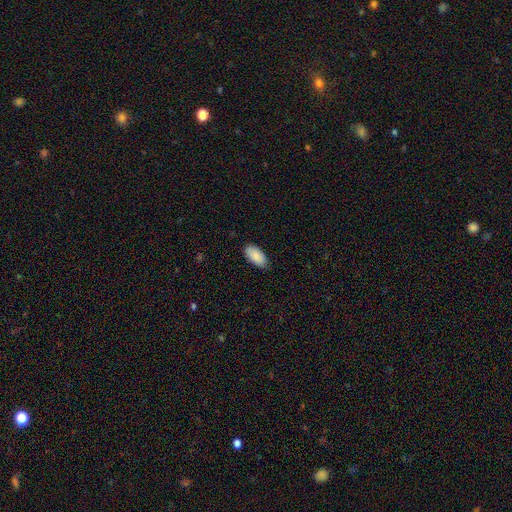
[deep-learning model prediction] Smooth or featured: smooth — 87% (featured or disk — 7%)
How rounded: in between — 95% (cigar-shaped — 3%)
Merging: none — 83% (minor disturbance — 14%)